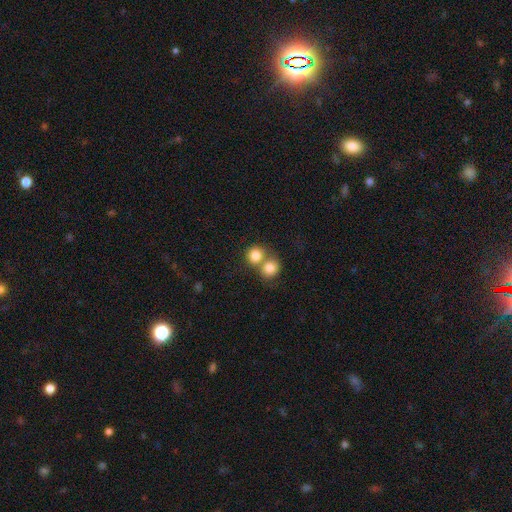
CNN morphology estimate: Smooth or featured? Predicted: smooth (p=0.82). How rounded? Predicted: round (p=0.82). Merging? Predicted: merger (p=0.53).